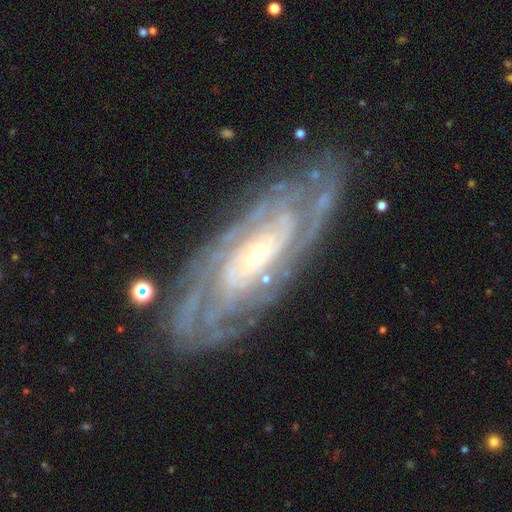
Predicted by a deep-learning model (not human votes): A featured or disk galaxy (87%) with no bar (64%), tight (75%) spiral arms (96%) and a small central bulge (79%).

Vote fractions:
- Smooth or featured? featured or disk: 87% / smooth: 7% / star or artifact: 6%
- Edge-on disk? no: 91% / yes: 9%
- Bar? no: 64% / weak: 24% / strong: 13%
- Spiral arms? yes: 96% / no: 4%
- Spiral winding? tight: 75% / medium: 21% / loose: 4%
- Spiral arm count? can't tell: 37% / 2: 17% / 4: 15% / 3: 14% / more than 4: 11% / 1: 6%
- Bulge size? small: 79% / moderate: 16% / large: 2% / none: 2% / dominant: 1%
- Merging? none: 77% / minor disturbance: 16% / major disturbance: 6% / merger: 2%